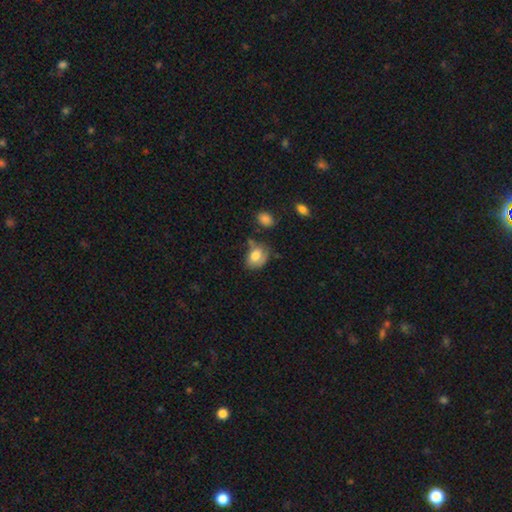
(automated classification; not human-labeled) Q: Smooth or featured?
A: smooth (72%); runner-up: featured or disk (20%)
Q: How rounded?
A: in between (67%); runner-up: round (32%)
Q: Merging?
A: none (43%); runner-up: minor disturbance (32%)